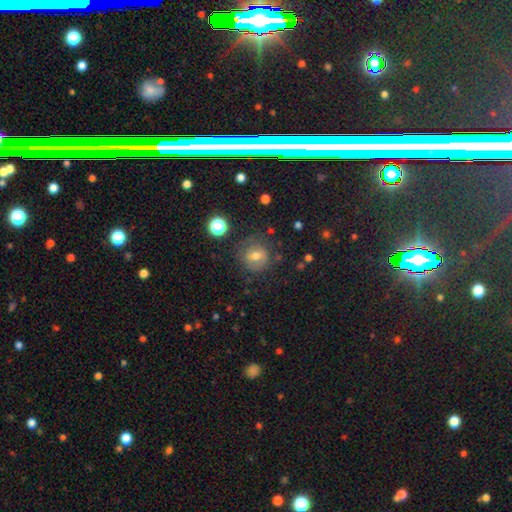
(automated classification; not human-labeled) smooth-or-featured: smooth: 57% | featured or disk: 29% | star or artifact: 15%
  how-rounded: round: 82% | in between: 17% | cigar-shaped: 1%
  merging: none: 72% | minor disturbance: 18% | major disturbance: 8% | merger: 2%